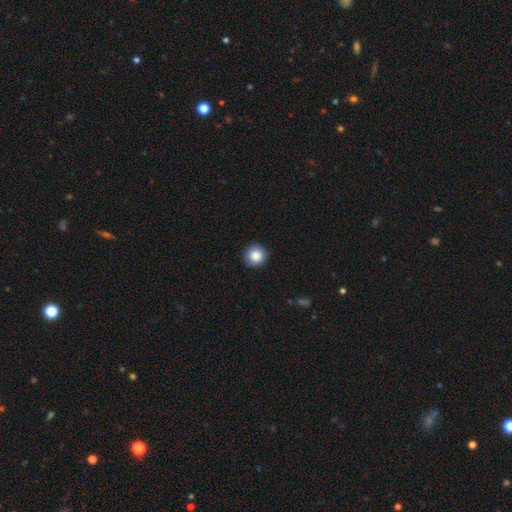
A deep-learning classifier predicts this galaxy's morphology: This appears to be a smooth galaxy with no disk features (87%) that is round (95%). Merging: none (91%).